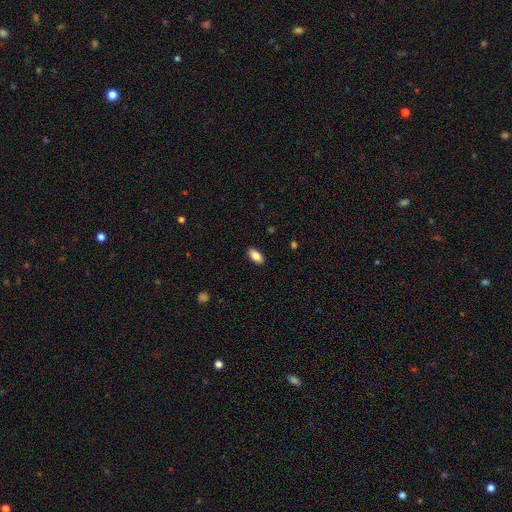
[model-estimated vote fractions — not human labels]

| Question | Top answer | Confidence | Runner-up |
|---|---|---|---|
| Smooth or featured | smooth | 86% | star or artifact (7%) |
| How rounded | in between | 92% | cigar-shaped (5%) |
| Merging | none | 89% | minor disturbance (8%) |